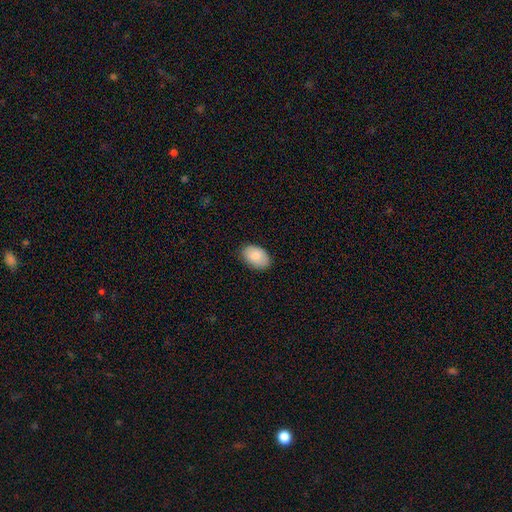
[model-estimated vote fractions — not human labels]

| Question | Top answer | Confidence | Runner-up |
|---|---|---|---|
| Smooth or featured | smooth | 86% | featured or disk (8%) |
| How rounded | in between | 89% | round (10%) |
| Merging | none | 86% | minor disturbance (11%) |